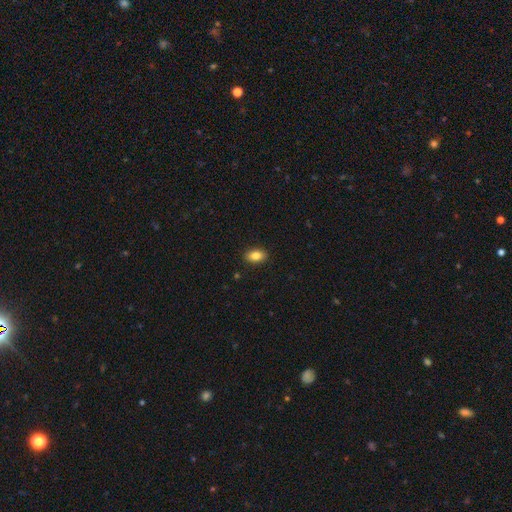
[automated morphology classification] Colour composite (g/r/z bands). It shows a smooth galaxy with no disk features (85%) that is in between round and cigar-shaped (87%). Merging: none (89%).